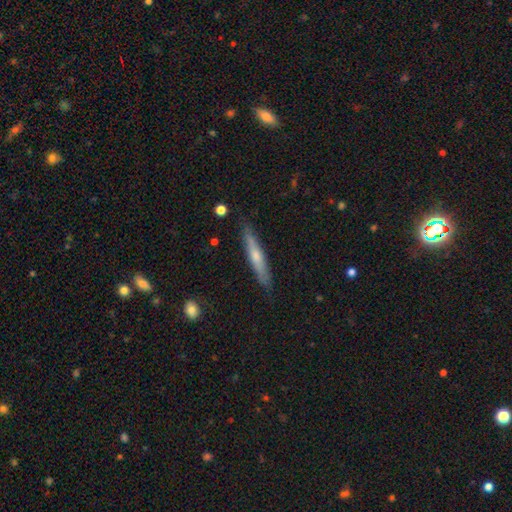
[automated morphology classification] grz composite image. It shows a featured or disk galaxy (49%). Merging: none (87%).